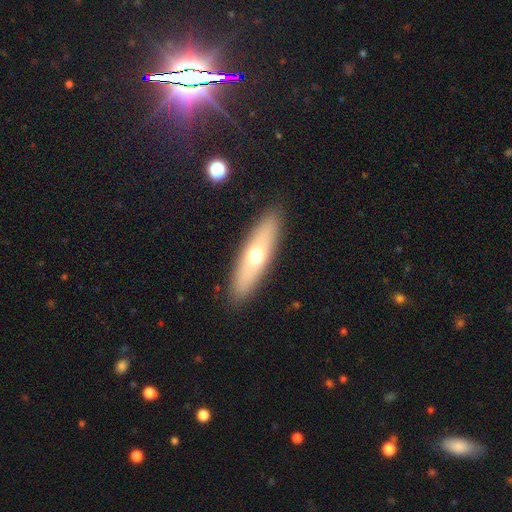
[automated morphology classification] Overall: smooth (58%; featured or disk 36%). How rounded: cigar-shaped (61%; in between 37%). Merging: none (89%).